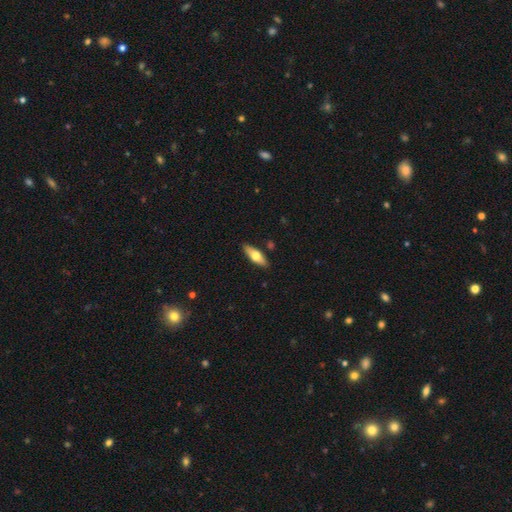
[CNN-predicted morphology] Smooth or featured? smooth (59%)
How rounded? in between (59%)
Merging? none (87%)